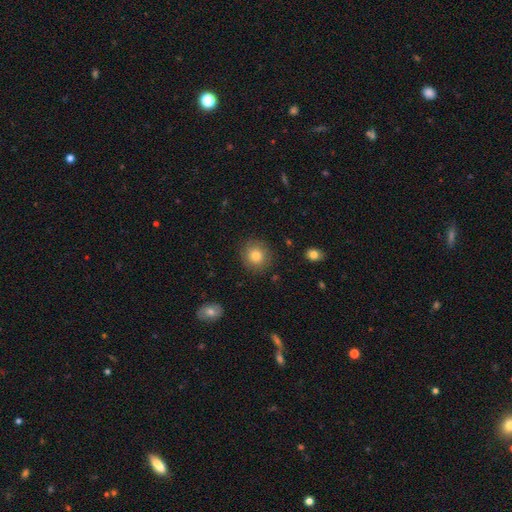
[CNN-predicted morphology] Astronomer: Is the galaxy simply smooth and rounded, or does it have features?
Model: smooth — 81%.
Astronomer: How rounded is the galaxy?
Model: round — 90%.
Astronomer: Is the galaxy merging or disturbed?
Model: none — 88%.